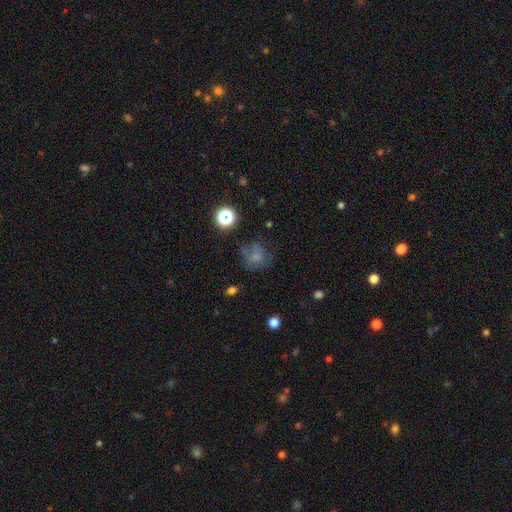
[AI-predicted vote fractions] This appears to be a smooth galaxy with no disk features (59%) that is round (75%). Merging: none (53%).